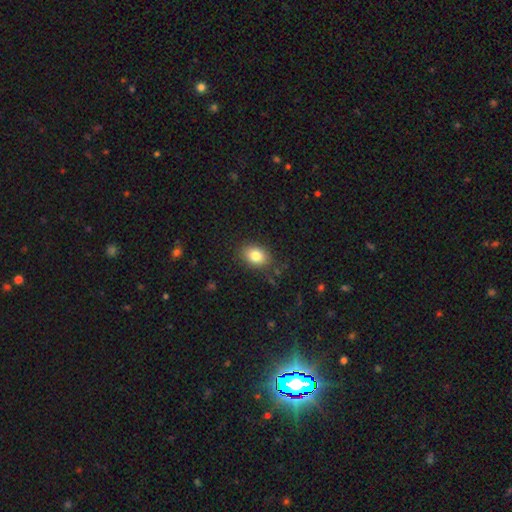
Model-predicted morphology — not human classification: A smooth galaxy with no disk features (82%) that is in between round and cigar-shaped (71%).

Vote fractions:
- Smooth or featured? smooth: 82% / star or artifact: 9% / featured or disk: 9%
- How rounded? in between: 71% / round: 28% / cigar-shaped: 1%
- Merging? none: 83% / minor disturbance: 12% / major disturbance: 3% / merger: 2%